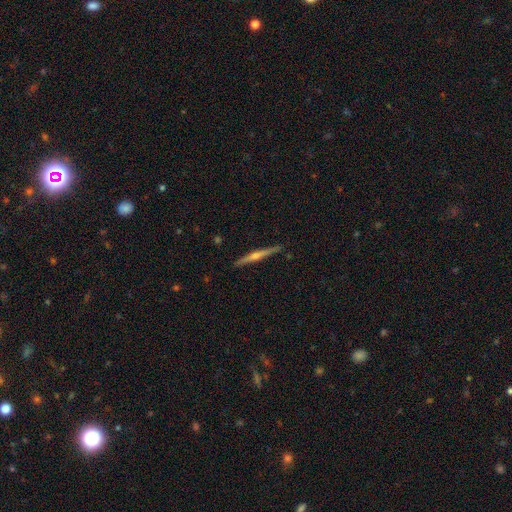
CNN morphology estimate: This appears to be a featured or disk galaxy (77%) viewed edge-on (98%) with a rounded central bulge (84%). Merging: none (91%).